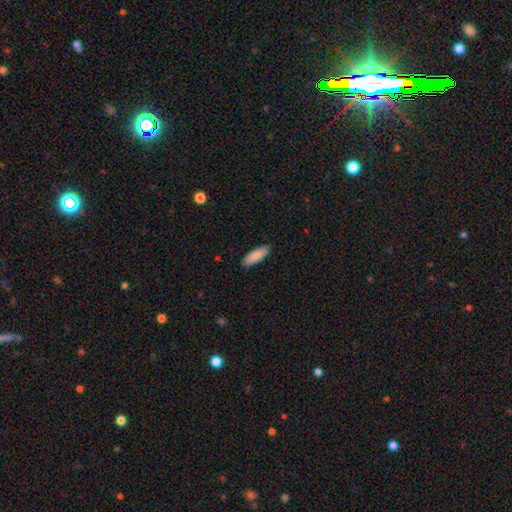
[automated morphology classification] Smooth or featured: smooth — 88% (featured or disk — 6%)
How rounded: in between — 53% (cigar-shaped — 46%)
Merging: none — 87% (minor disturbance — 10%)